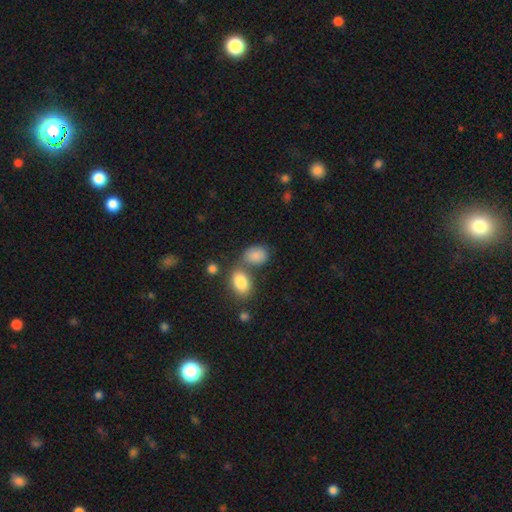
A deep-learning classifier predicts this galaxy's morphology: smooth 85%, star or artifact 9%, featured or disk 7%. Down the decision tree: how rounded — in between (75%); merging — none (47%).